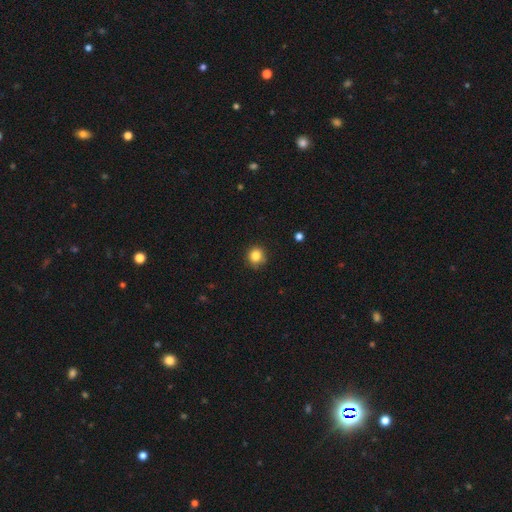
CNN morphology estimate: Smooth or featured? Predicted: smooth (p=0.83). How rounded? Predicted: round (p=0.92). Merging? Predicted: none (p=0.85).